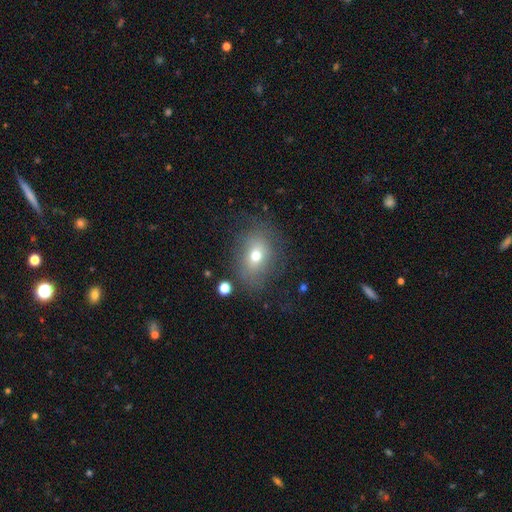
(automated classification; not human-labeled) smooth_or_featured: smooth (p=0.66) [alt: featured or disk p=0.20]
how_rounded: in between (p=0.54) [alt: round p=0.45]
merging: none (p=0.67) [alt: minor disturbance p=0.19]